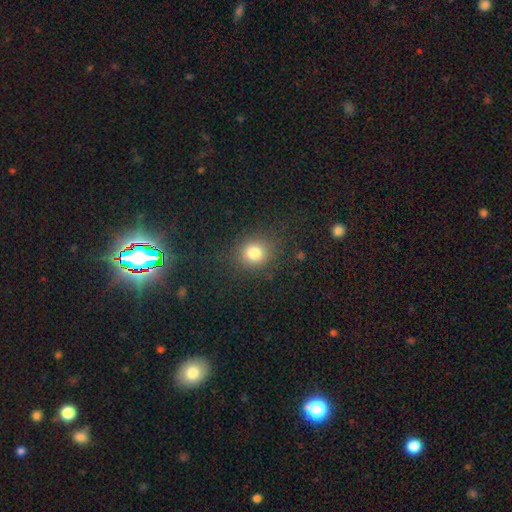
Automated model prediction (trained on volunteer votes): Smooth or featured? Predicted: smooth (p=0.73). How rounded? Predicted: round (p=0.84). Merging? Predicted: none (p=0.87).